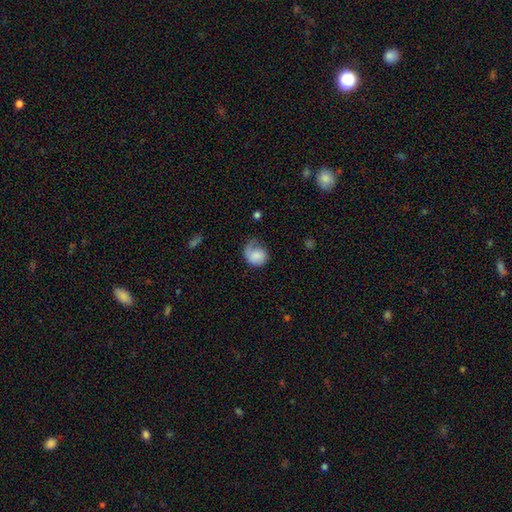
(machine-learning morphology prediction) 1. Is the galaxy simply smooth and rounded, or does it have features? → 60% smooth, 33% featured or disk, 7% star or artifact.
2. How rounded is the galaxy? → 66% round, 33% in between, 1% cigar-shaped.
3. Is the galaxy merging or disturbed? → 36% none, 32% major disturbance, 29% minor disturbance, 2% merger.